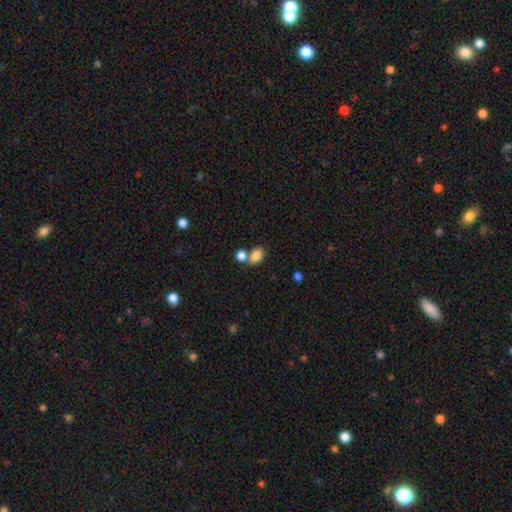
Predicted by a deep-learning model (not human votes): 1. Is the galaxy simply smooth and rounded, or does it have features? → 85% smooth, 9% star or artifact, 6% featured or disk.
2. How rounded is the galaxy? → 72% in between, 26% round, 1% cigar-shaped.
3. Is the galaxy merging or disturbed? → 50% none, 36% merger, 10% minor disturbance, 4% major disturbance.